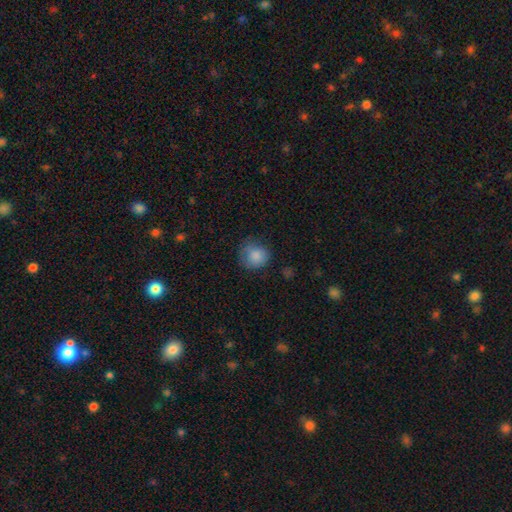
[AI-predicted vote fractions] A smooth galaxy with no disk features (85%) that is round (85%). Merging: none (69%).